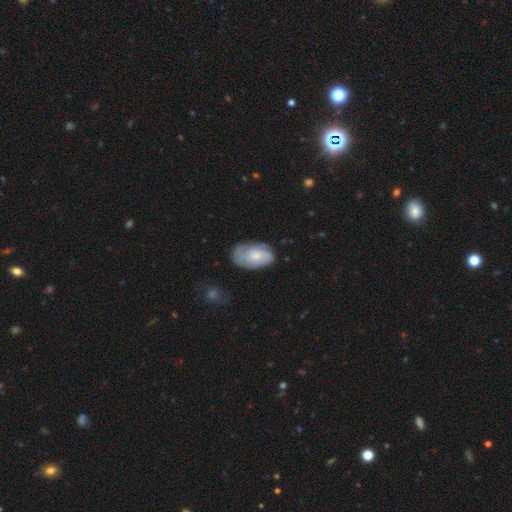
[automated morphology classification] Q: Smooth or featured?
A: smooth (50%); runner-up: featured or disk (44%)
Q: Merging?
A: none (61%); runner-up: minor disturbance (28%)